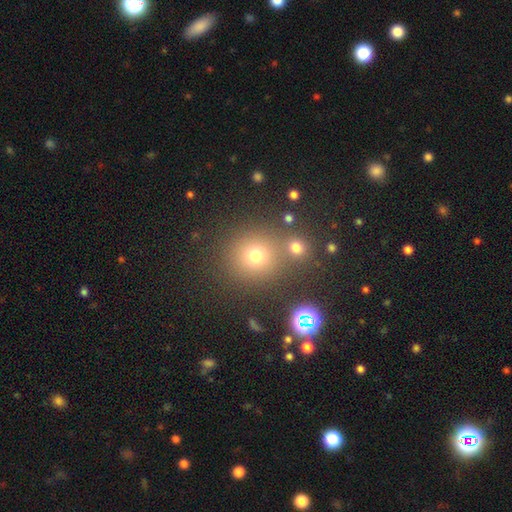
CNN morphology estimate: This appears to be a smooth galaxy with no disk features (67%) that is round (90%). Merging: none (76%).